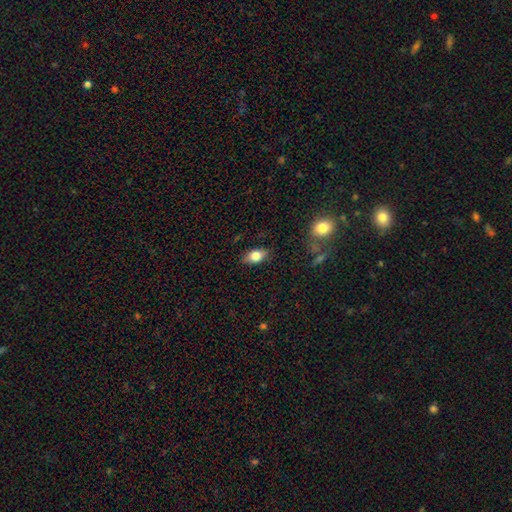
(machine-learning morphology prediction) Smooth or featured? Predicted: smooth (p=0.75). How rounded? Predicted: in between (p=0.85). Merging? Predicted: none (p=0.83).